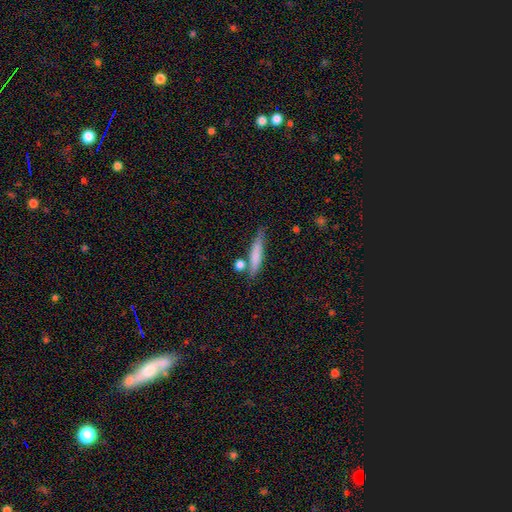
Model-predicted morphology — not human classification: Smooth or featured?
  - smooth: 72% *
  - featured or disk: 22%
  - star or artifact: 6%
How rounded?
  - cigar-shaped: 88% *
  - in between: 10%
  - round: 2%
Merging?
  - none: 69% *
  - minor disturbance: 16%
  - merger: 11%
  - major disturbance: 4%